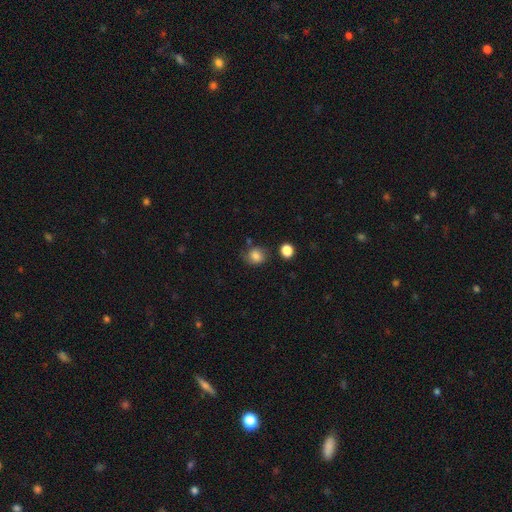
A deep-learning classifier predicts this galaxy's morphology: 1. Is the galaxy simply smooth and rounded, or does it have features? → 82% smooth, 11% star or artifact, 8% featured or disk.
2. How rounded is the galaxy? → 72% round, 27% in between, 1% cigar-shaped.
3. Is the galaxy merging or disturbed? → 67% none, 21% minor disturbance, 7% major disturbance, 5% merger.